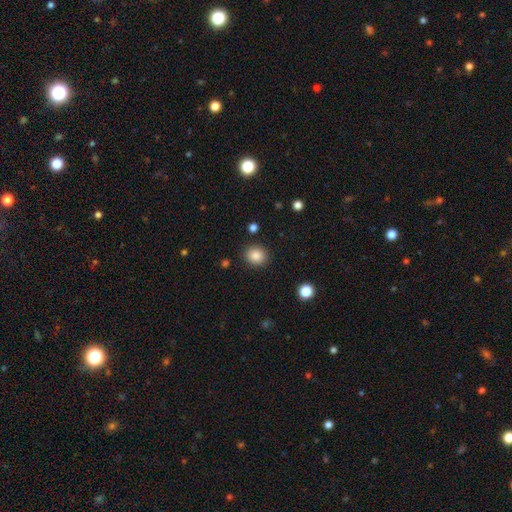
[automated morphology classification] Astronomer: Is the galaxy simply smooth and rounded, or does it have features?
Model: smooth — 86%.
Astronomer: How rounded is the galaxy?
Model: round — 75%.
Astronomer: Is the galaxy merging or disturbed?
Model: none — 89%.